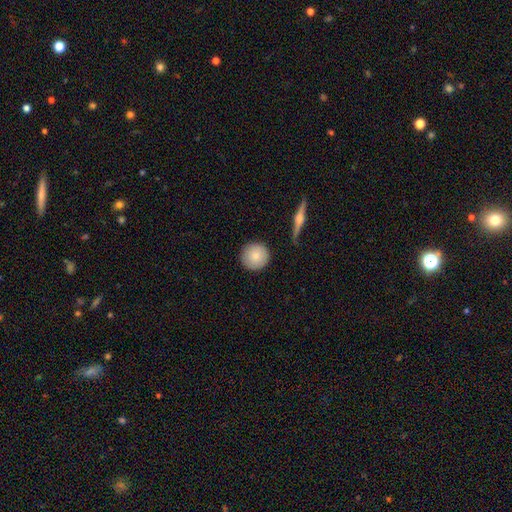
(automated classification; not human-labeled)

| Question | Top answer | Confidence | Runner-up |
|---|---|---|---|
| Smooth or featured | smooth | 83% | featured or disk (10%) |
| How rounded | round | 94% | in between (5%) |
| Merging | none | 88% | minor disturbance (8%) |